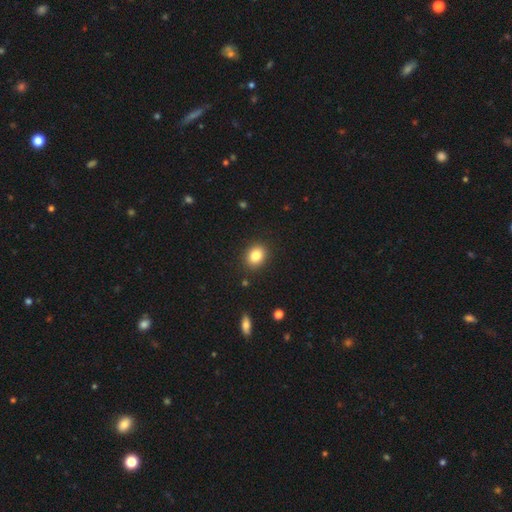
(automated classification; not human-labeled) A smooth galaxy with no disk features (84%) that is round (51%). Merging: none (89%).